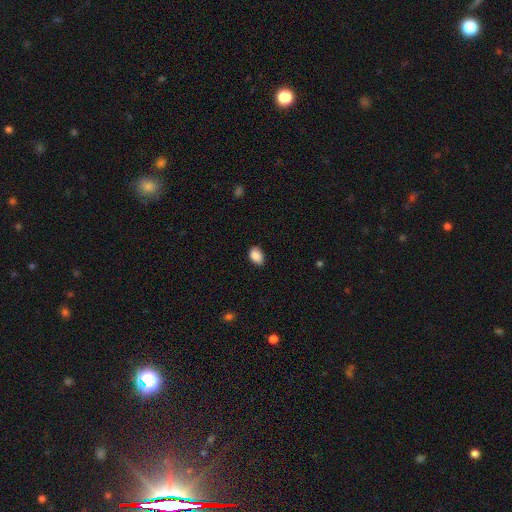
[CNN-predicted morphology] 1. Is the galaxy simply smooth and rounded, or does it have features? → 89% smooth, 8% star or artifact, 4% featured or disk.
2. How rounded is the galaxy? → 86% in between, 13% round, 1% cigar-shaped.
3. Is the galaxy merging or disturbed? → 82% none, 15% minor disturbance, 2% major disturbance, 1% merger.